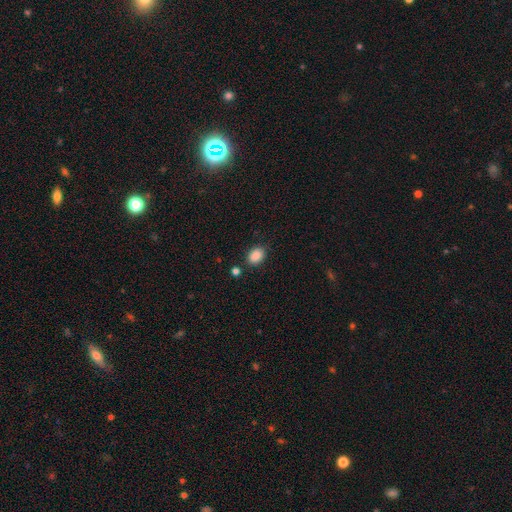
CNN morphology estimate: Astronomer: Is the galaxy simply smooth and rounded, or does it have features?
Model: smooth — 88%.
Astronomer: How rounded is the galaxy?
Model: in between — 75%.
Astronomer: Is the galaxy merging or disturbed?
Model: none — 82%.